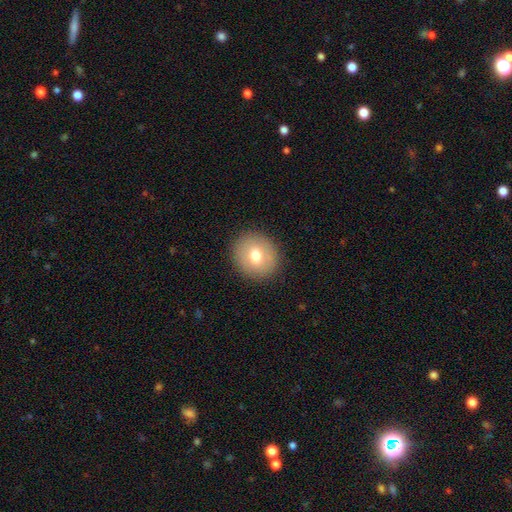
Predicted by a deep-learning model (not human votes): This is likely a smooth galaxy (71%). How rounded: clearly round (81%). Merging: clearly none (89%).